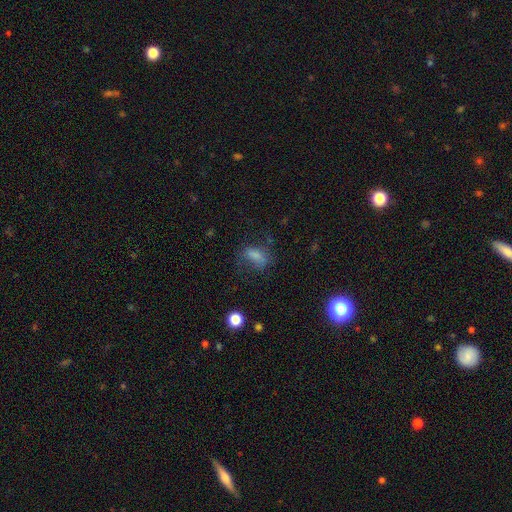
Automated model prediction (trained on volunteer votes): Smooth or featured? smooth (75%)
How rounded? in between (83%)
Merging? none (49%)